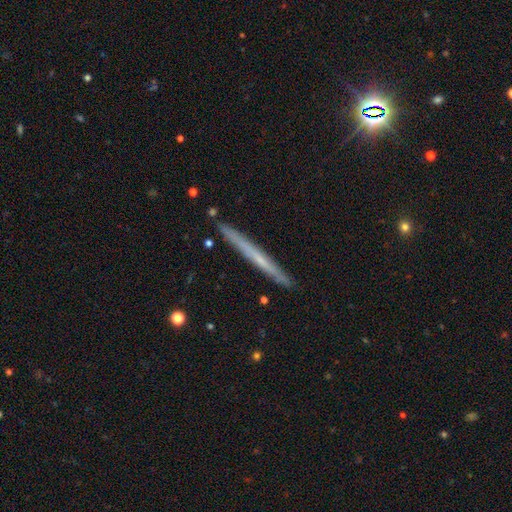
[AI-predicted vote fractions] Overall: featured or disk (52%; smooth 40%). Edge-on disk: yes (97%). Edge-on bulge: none (82%). Merging: none (90%).